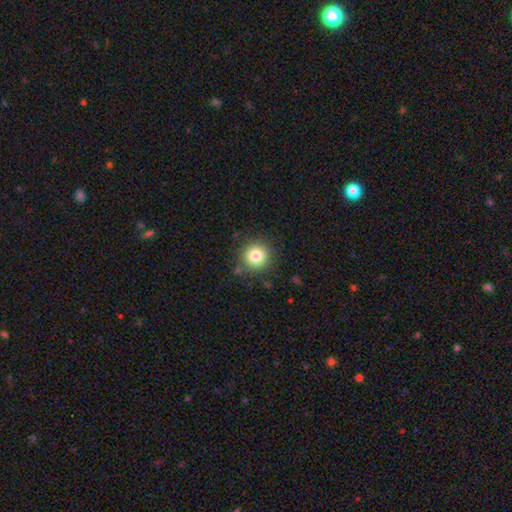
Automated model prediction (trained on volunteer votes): This appears to be a smooth galaxy with no disk features (82%) that is round (94%). Merging: none (86%).